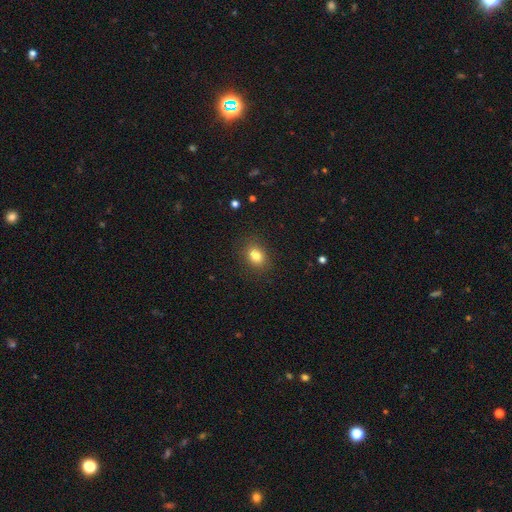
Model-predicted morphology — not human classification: The model was most divided on "how rounded": in between: 53%, round: 46%, cigar-shaped: 1%. More confident: merging — none (86%); smooth or featured — smooth (82%).